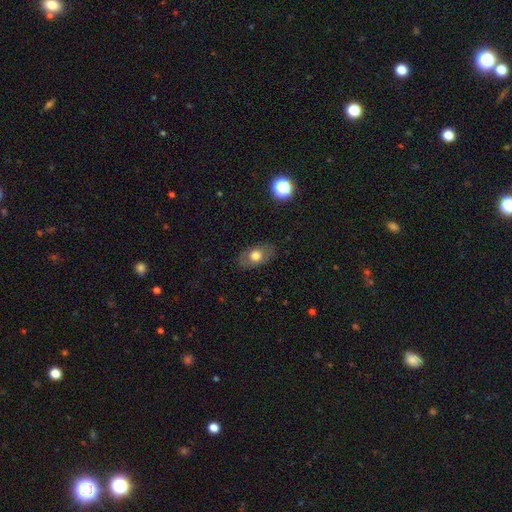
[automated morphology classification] Smooth or featured: smooth — 63% (featured or disk — 28%)
How rounded: in between — 82% (round — 16%)
Merging: none — 82% (minor disturbance — 13%)